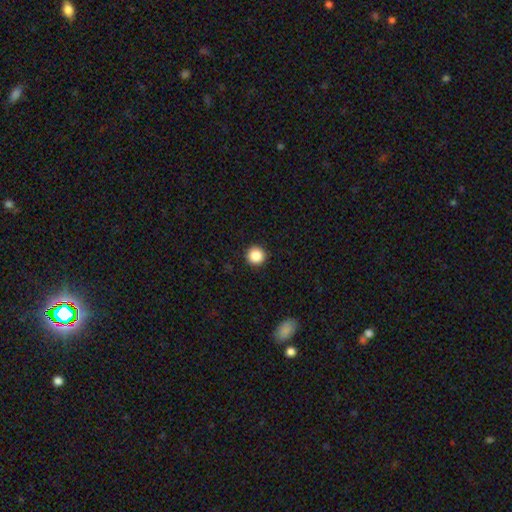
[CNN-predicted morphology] smooth_or_featured: smooth (p=0.86) [alt: star or artifact p=0.10]
how_rounded: round (p=0.95) [alt: in between p=0.04]
merging: none (p=0.93) [alt: minor disturbance p=0.04]